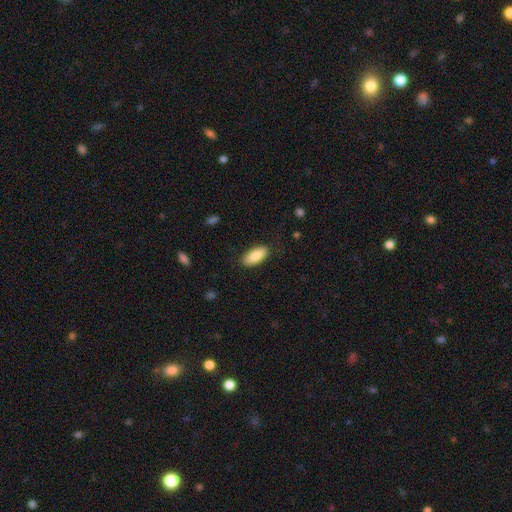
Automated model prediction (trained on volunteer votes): Overall: smooth (88%). How rounded: in between (89%). Merging: none (85%).